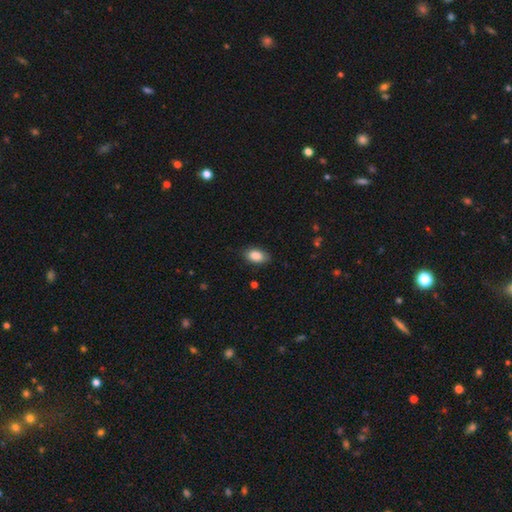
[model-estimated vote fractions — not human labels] The model was most divided on "merging": none: 82%, minor disturbance: 14%, major disturbance: 3%, merger: 1%. More confident: how rounded — in between (91%); smooth or featured — smooth (87%).